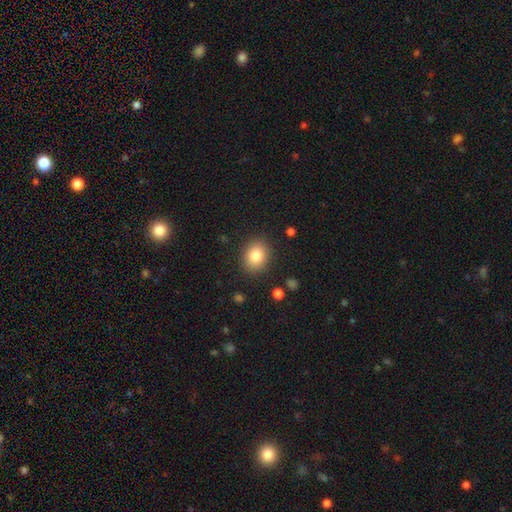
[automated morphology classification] Overall: smooth (82%). How rounded: round (55%; in between 44%). Merging: none (87%).